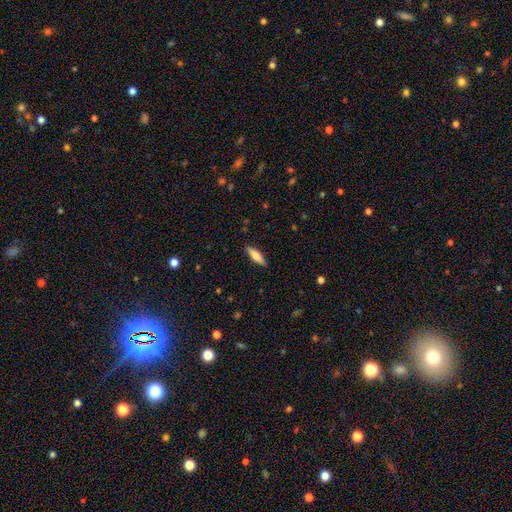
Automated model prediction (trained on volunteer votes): smooth-or-featured: smooth: 61% | featured or disk: 33% | star or artifact: 6%
  how-rounded: cigar-shaped: 55% | in between: 43% | round: 2%
  merging: none: 89% | minor disturbance: 9% | major disturbance: 2% | merger: 1%